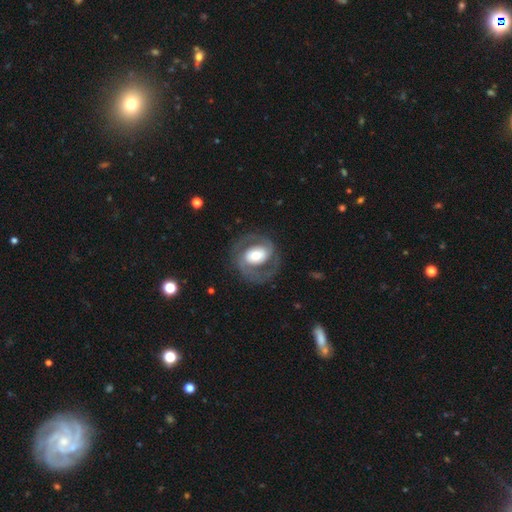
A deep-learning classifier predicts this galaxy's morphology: Smooth or featured?
  - featured or disk: 78% *
  - smooth: 17%
  - star or artifact: 5%
Edge-on disk?
  - no: 97% *
  - yes: 3%
Bar?
  - no: 44% *
  - weak: 34%
  - strong: 22%
Spiral arms?
  - yes: 85% *
  - no: 15%
Spiral winding?
  - medium: 49% *
  - tight: 35%
  - loose: 16%
Spiral arm count?
  - 2: 88% *
  - can't tell: 5%
  - 1: 3%
  - 3: 2%
  - 4: 1%
  - more than 4: 1%
Bulge size?
  - moderate: 53% *
  - large: 31%
  - small: 11%
  - dominant: 4%
  - none: 1%
Merging?
  - none: 75% *
  - minor disturbance: 13%
  - major disturbance: 10%
  - merger: 1%